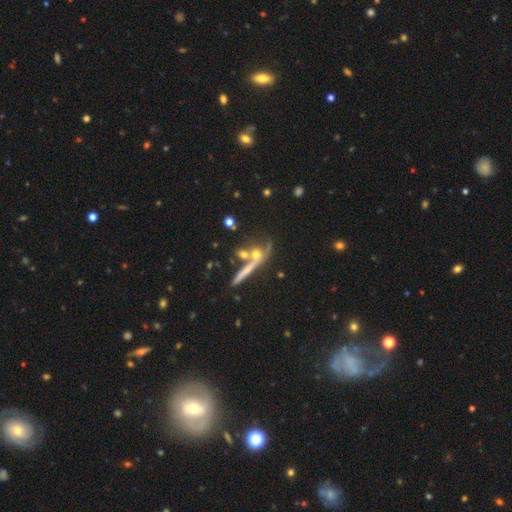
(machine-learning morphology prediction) A featured or disk galaxy (52%) viewed edge-on (71%). Merging: none (54%).